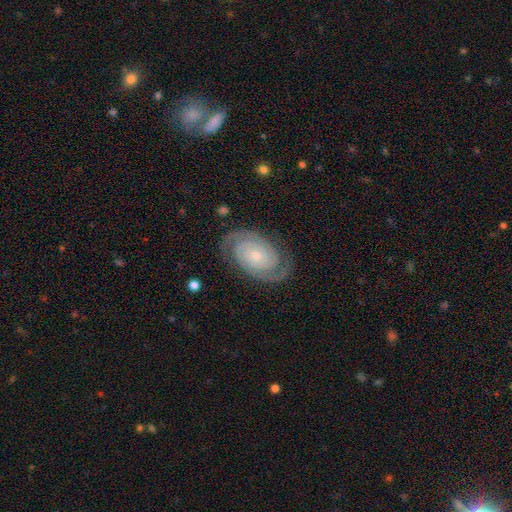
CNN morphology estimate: Smooth or featured: featured or disk — 91% (smooth — 5%)
Edge-on disk: no — 97% (yes — 3%)
Bar: no — 74% (weak — 20%)
Spiral arms: yes — 98% (no — 2%)
Spiral winding: tight — 75% (medium — 21%)
Spiral arm count: 2 — 90% (can't tell — 3%)
Bulge size: small — 67% (moderate — 27%)
Merging: none — 84% (minor disturbance — 11%)